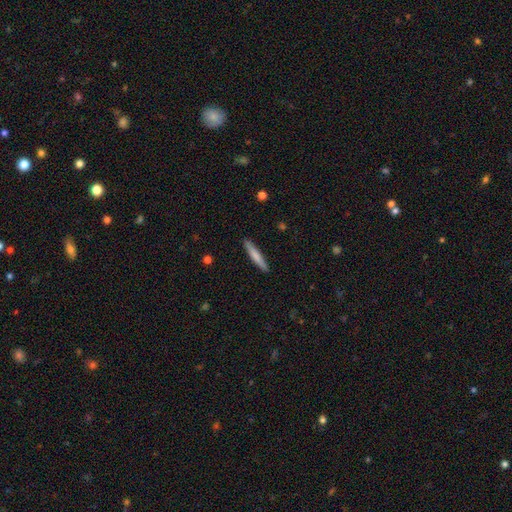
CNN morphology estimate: Overall: smooth (69%). How rounded: cigar-shaped (94%). Merging: none (91%).